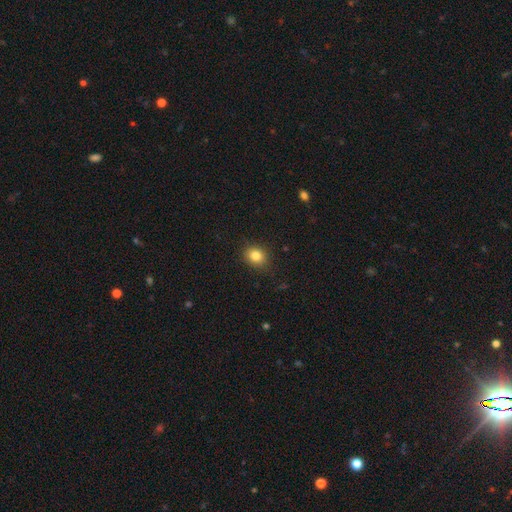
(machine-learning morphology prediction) smooth 83%, star or artifact 11%, featured or disk 6%. Down the decision tree: how rounded — round (56%); merging — none (86%).